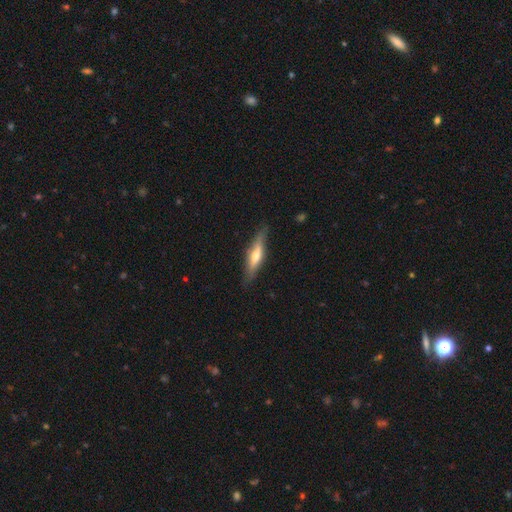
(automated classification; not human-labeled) A featured or disk galaxy (55%) viewed edge-on (91%) with a rounded central bulge (83%).

Vote fractions:
- Smooth or featured? featured or disk: 55% / smooth: 39% / star or artifact: 6%
- Edge-on disk? yes: 91% / no: 9%
- Edge-on bulge? rounded: 83% / boxy: 8% / none: 8%
- Merging? none: 83% / minor disturbance: 13% / major disturbance: 3% / merger: 1%